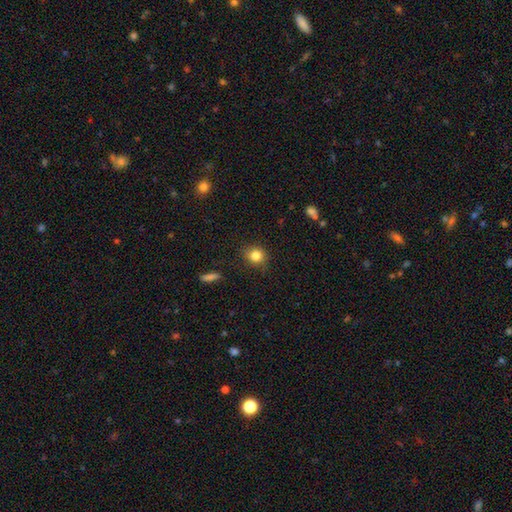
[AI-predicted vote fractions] Q: Smooth or featured?
A: smooth (83%); runner-up: star or artifact (11%)
Q: How rounded?
A: round (80%); runner-up: in between (19%)
Q: Merging?
A: none (86%); runner-up: minor disturbance (10%)